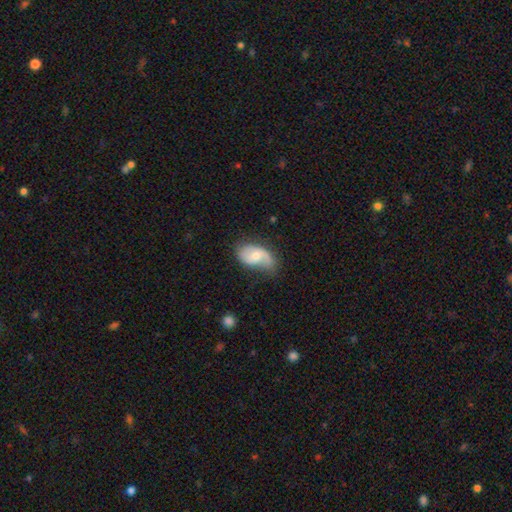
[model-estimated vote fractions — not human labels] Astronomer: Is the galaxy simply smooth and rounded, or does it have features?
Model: featured or disk — 57% (runner-up: smooth, 36%).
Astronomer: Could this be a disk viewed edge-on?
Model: no — 95%.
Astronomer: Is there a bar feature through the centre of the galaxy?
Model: no — 58% (runner-up: weak, 35%).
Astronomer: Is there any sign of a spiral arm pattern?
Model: yes — 85%.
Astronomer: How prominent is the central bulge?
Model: moderate — 57% (runner-up: small, 36%).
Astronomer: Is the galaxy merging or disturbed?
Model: none — 54% (runner-up: minor disturbance, 31%).